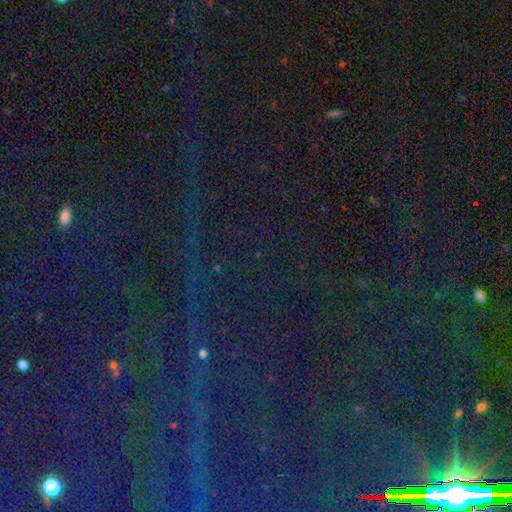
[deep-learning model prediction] A star or artifact, not a galaxy (85%).

Vote fractions:
- Smooth or featured? star or artifact: 85% / smooth: 8% / featured or disk: 8%